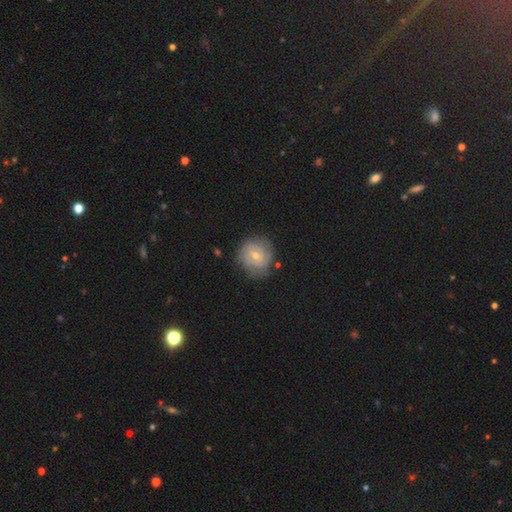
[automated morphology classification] Smooth or featured? featured or disk (67%)
Edge-on disk? no (98%)
Bar? weak (51%)
Spiral arms? yes (89%)
Spiral winding? tight (69%)
Spiral arm count? can't tell (37%)
Bulge size? small (52%)
Merging? none (76%)